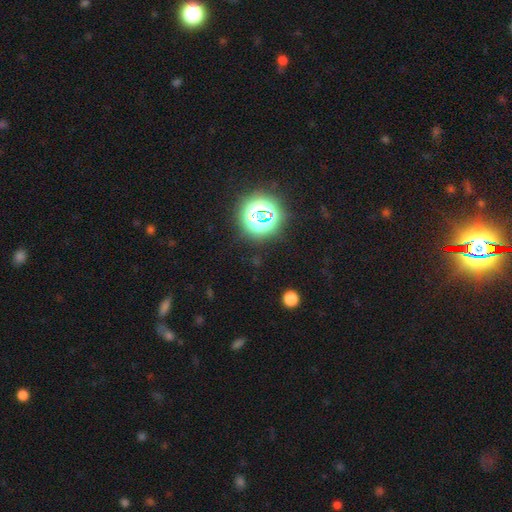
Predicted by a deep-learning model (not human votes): smooth_or_featured: star or artifact (p=0.73) [alt: smooth p=0.19]